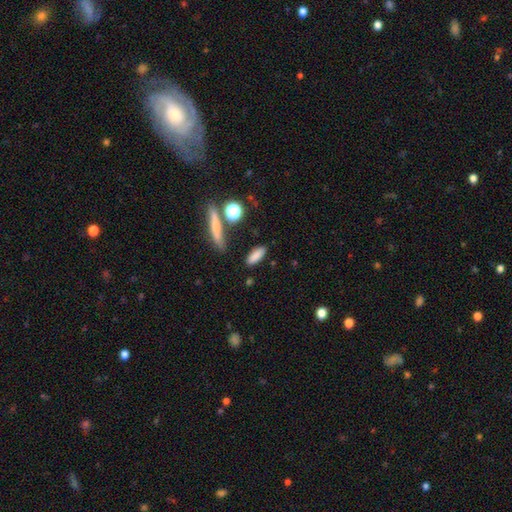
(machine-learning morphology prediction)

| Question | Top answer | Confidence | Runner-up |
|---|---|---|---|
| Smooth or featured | smooth | 83% | star or artifact (9%) |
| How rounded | in between | 53% | cigar-shaped (42%) |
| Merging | none | 82% | minor disturbance (11%) |